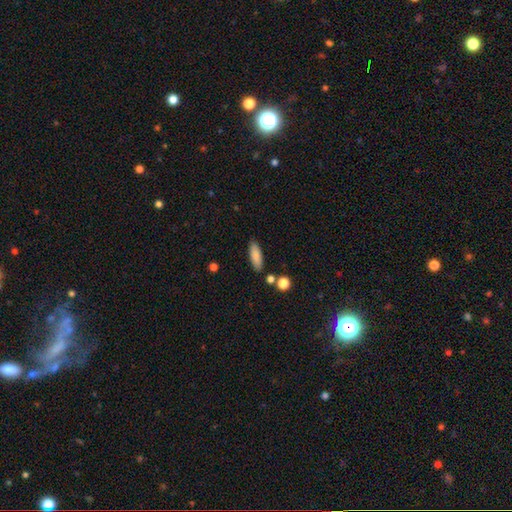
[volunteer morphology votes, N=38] Volunteers were most divided on "how rounded": in between: 55%, cigar-shaped: 45%, round: 0%. More confident: merging — none (89%); smooth or featured — smooth (87%).